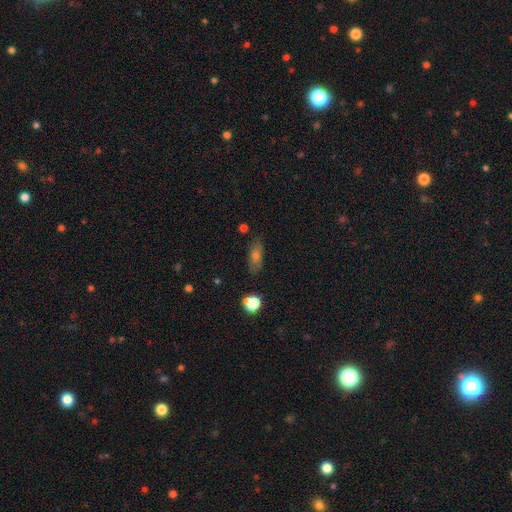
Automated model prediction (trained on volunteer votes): smooth-or-featured: smooth: 63% | featured or disk: 23% | star or artifact: 14%
  how-rounded: in between: 69% | cigar-shaped: 24% | round: 7%
  merging: none: 81% | minor disturbance: 14% | major disturbance: 3% | merger: 2%